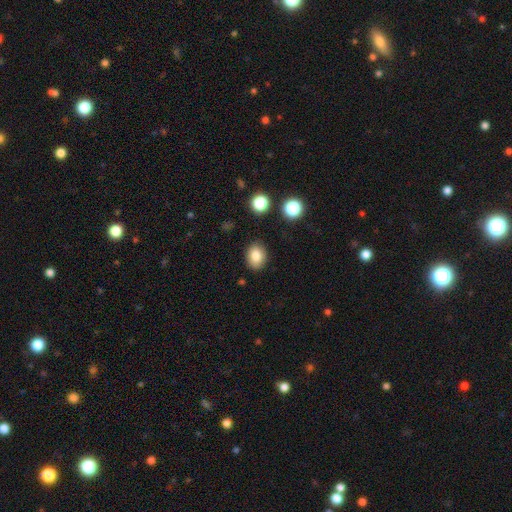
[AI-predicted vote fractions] Smooth or featured? Predicted: smooth (p=0.83). How rounded? Predicted: in between (p=0.62). Merging? Predicted: none (p=0.86).